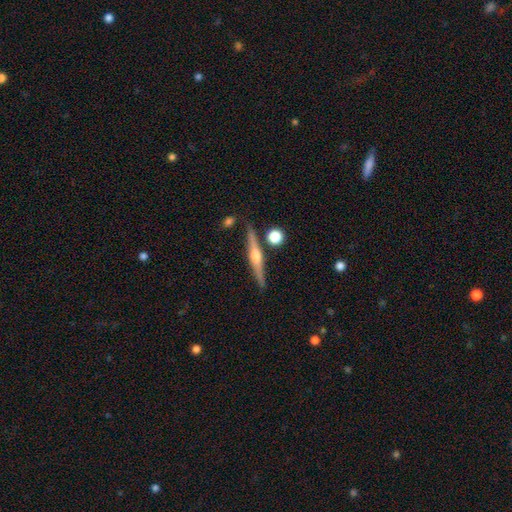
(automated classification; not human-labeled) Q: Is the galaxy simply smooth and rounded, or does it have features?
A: featured or disk — 76%.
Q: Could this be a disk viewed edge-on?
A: yes — 98%.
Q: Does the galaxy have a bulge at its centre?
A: rounded — 91%.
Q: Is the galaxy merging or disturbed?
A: none — 85%.